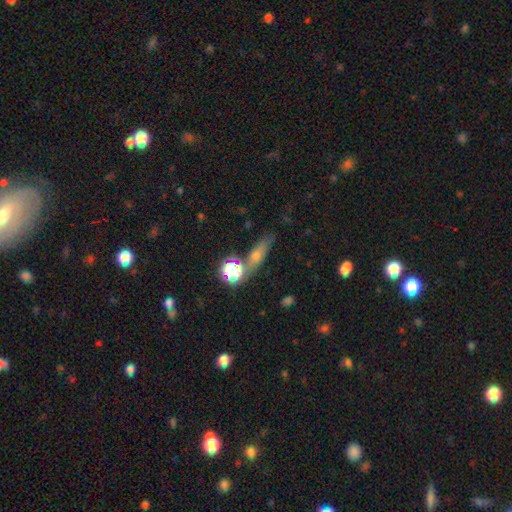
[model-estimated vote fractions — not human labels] Overall: smooth (44%; star or artifact 28%). Merging: none (72%).